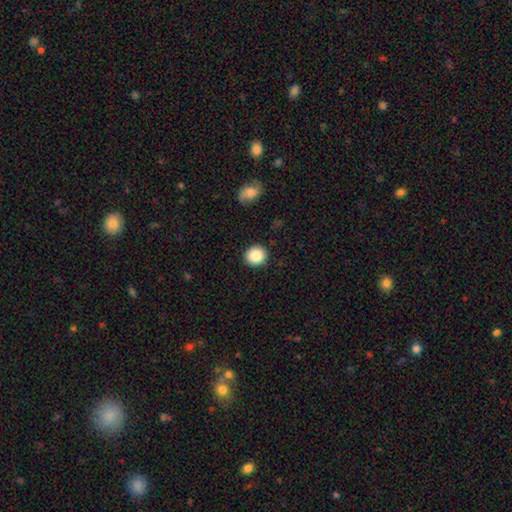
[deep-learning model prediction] This is clearly a smooth galaxy (88%). How rounded: clearly round (87%). Merging: clearly none (91%).